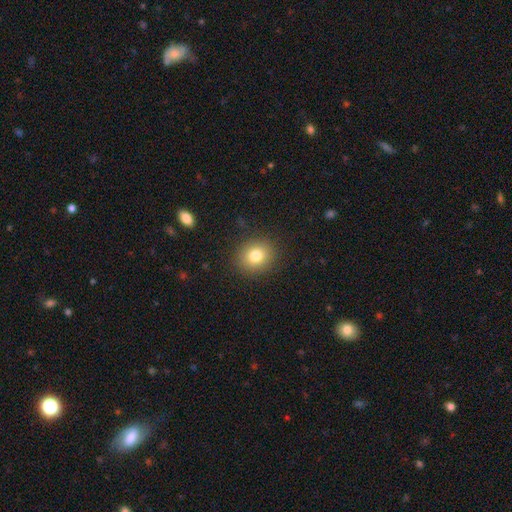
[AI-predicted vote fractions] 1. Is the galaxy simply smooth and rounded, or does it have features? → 80% smooth, 11% star or artifact, 9% featured or disk.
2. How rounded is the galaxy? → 74% round, 25% in between, 1% cigar-shaped.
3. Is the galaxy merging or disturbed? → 89% none, 8% minor disturbance, 3% major disturbance, 1% merger.